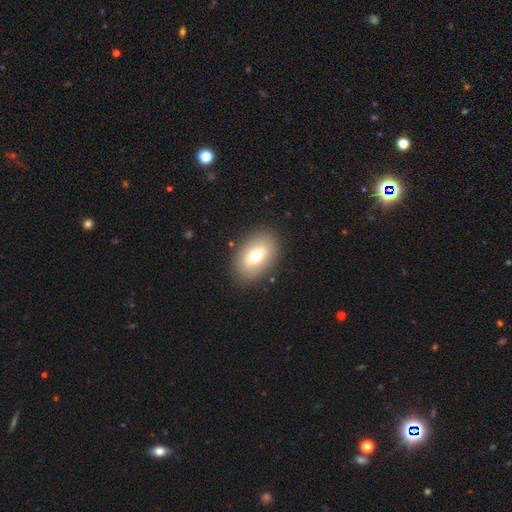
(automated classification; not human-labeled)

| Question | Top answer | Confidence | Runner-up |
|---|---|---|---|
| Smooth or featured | smooth | 68% | featured or disk (22%) |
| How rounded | in between | 84% | round (15%) |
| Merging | none | 86% | minor disturbance (9%) |